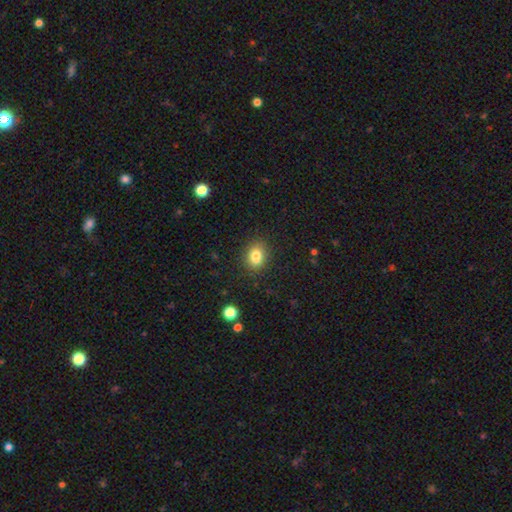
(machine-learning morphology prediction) A smooth galaxy with no disk features (80%) that is in between round and cigar-shaped (57%).

Vote fractions:
- Smooth or featured? smooth: 80% / star or artifact: 11% / featured or disk: 9%
- How rounded? in between: 57% / round: 41% / cigar-shaped: 1%
- Merging? none: 76% / minor disturbance: 13% / merger: 7% / major disturbance: 3%